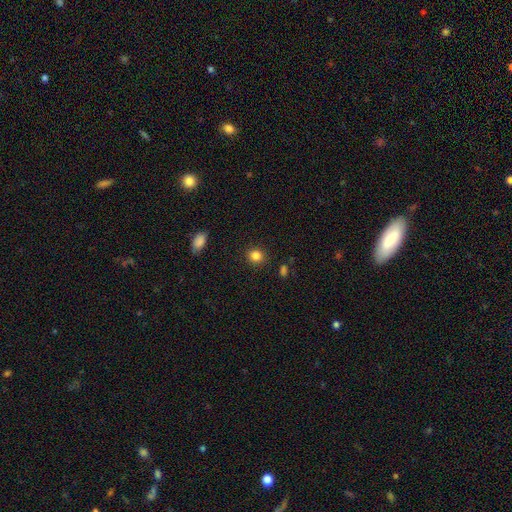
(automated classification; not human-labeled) This is clearly a smooth galaxy (84%). How rounded: clearly round (84%). Merging: clearly none (90%).